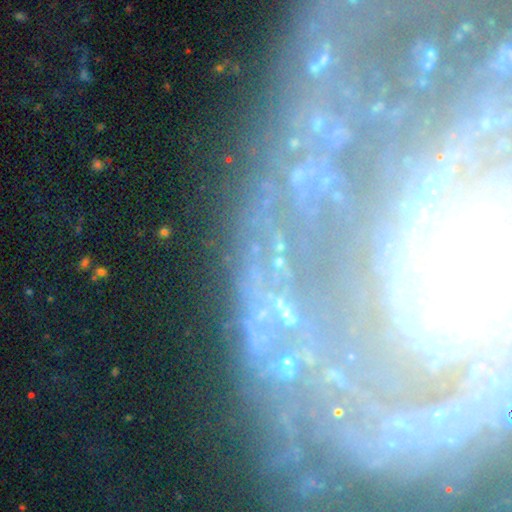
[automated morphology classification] Overall: star or artifact (46%; featured or disk 34%).